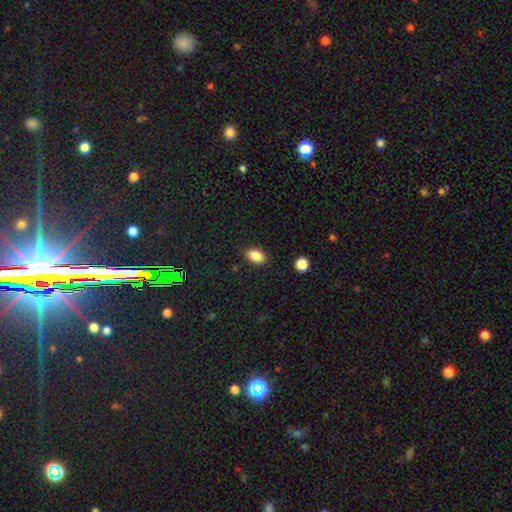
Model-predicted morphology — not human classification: Smooth or featured: smooth — 87% (star or artifact — 9%)
How rounded: in between — 89% (round — 9%)
Merging: none — 86% (minor disturbance — 10%)